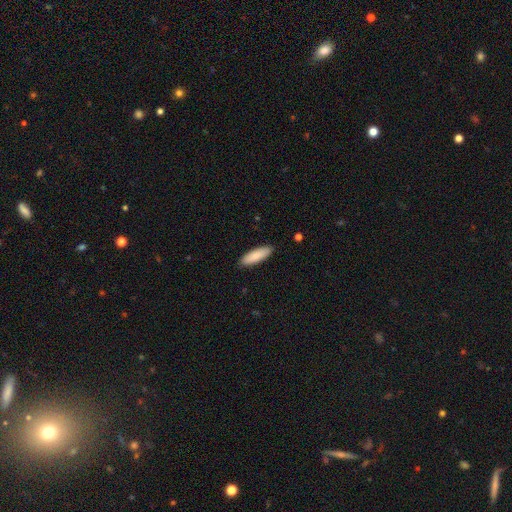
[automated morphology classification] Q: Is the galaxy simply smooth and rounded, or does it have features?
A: smooth — 86%.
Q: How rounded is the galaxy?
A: in between — 50%.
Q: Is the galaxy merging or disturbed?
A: none — 89%.